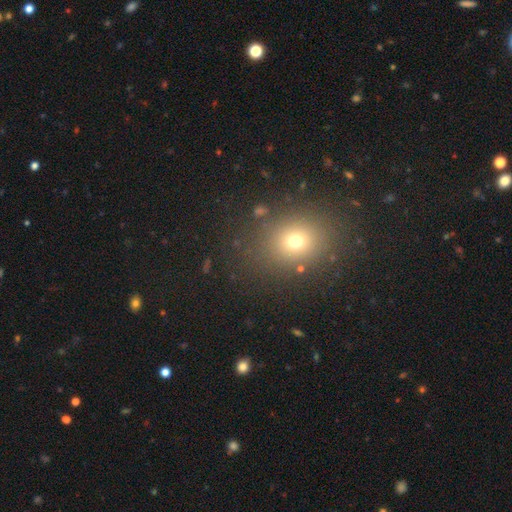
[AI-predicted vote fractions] A smooth galaxy with no disk features (63%) that is round (57%).

Vote fractions:
- Smooth or featured? smooth: 63% / star or artifact: 29% / featured or disk: 8%
- How rounded? round: 57% / in between: 42% / cigar-shaped: 1%
- Merging? none: 88% / minor disturbance: 8% / major disturbance: 3% / merger: 2%